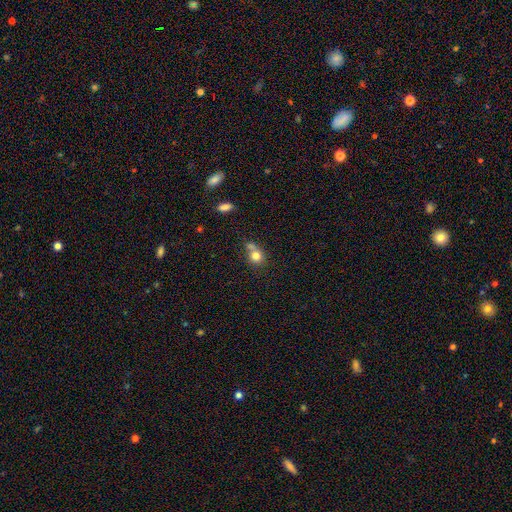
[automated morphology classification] The model was most divided on "merging": none: 43%, merger: 37%, minor disturbance: 14%, major disturbance: 6%. More confident: how rounded — round (78%); smooth or featured — smooth (78%).